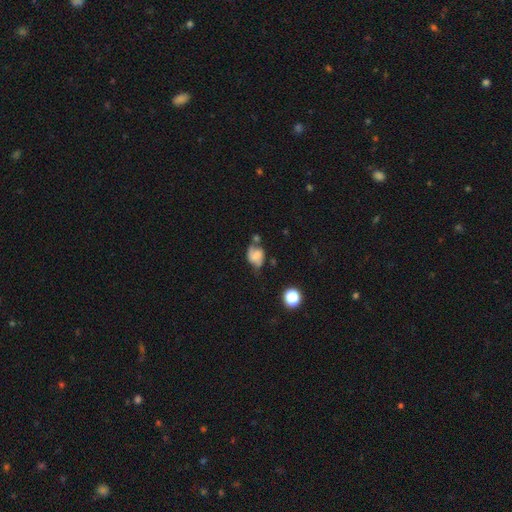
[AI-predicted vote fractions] Smooth or featured? smooth (47%)
Merging? none (37%)